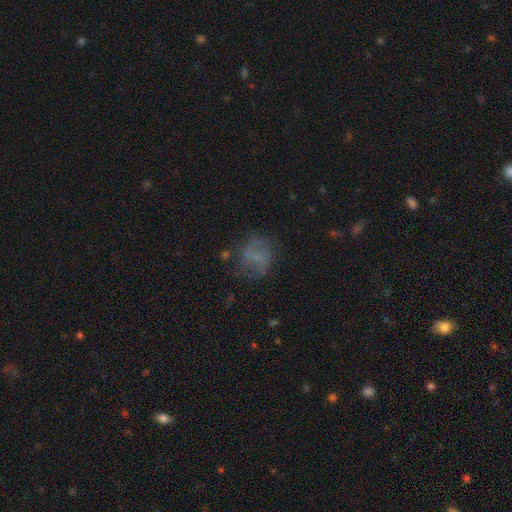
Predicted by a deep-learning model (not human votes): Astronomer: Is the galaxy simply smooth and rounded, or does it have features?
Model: smooth — 50% (runner-up: featured or disk, 35%).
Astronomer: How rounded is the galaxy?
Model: round — 63%.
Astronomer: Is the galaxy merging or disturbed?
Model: none — 60%.